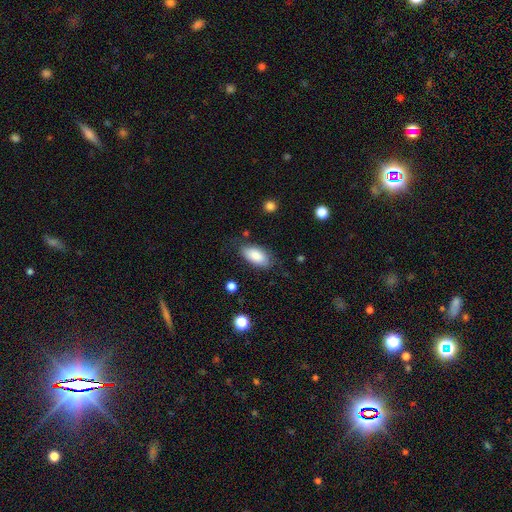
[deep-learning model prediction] This appears to be a smooth galaxy with no disk features (85%) that is in between round and cigar-shaped (92%). Merging: none (74%).